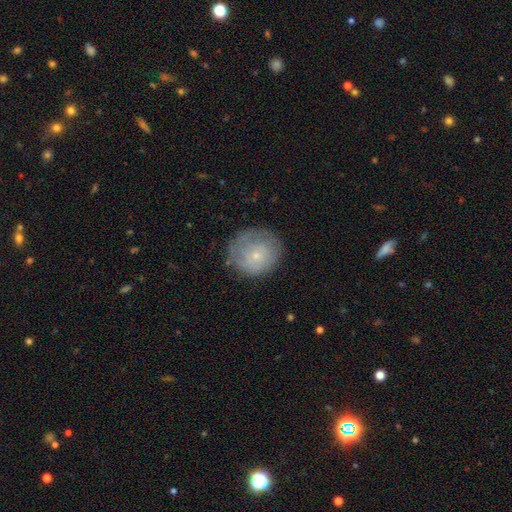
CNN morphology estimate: Q: Smooth or featured?
A: smooth (58%); runner-up: featured or disk (34%)
Q: How rounded?
A: round (87%); runner-up: in between (12%)
Q: Merging?
A: none (72%); runner-up: minor disturbance (19%)